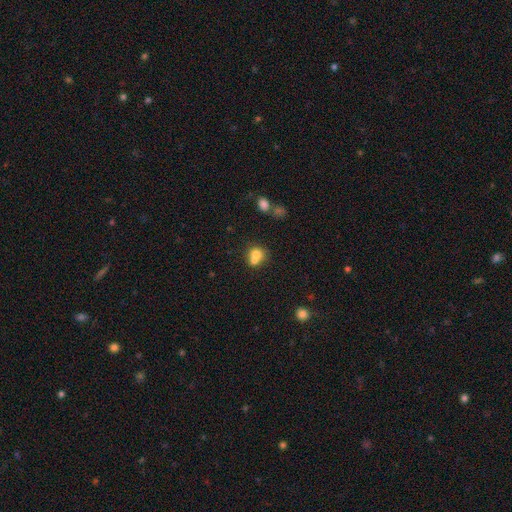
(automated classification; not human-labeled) Morphology: type=smooth (71%); roundness=round (72%); merging=merger (60%).